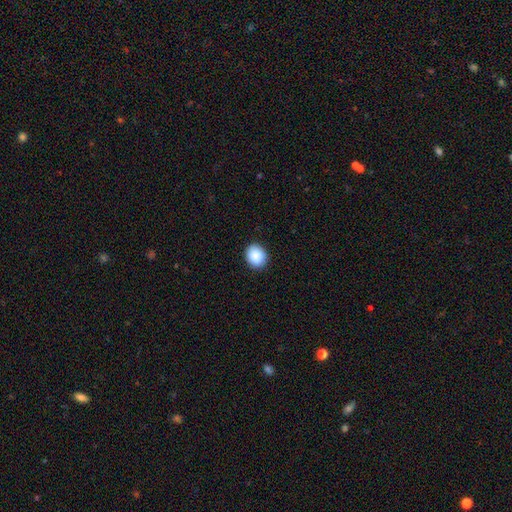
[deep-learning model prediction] Smooth or featured?
  - smooth: 89% *
  - star or artifact: 7%
  - featured or disk: 3%
How rounded?
  - round: 66% *
  - in between: 33%
  - cigar-shaped: 1%
Merging?
  - none: 90% *
  - minor disturbance: 8%
  - major disturbance: 2%
  - merger: 1%